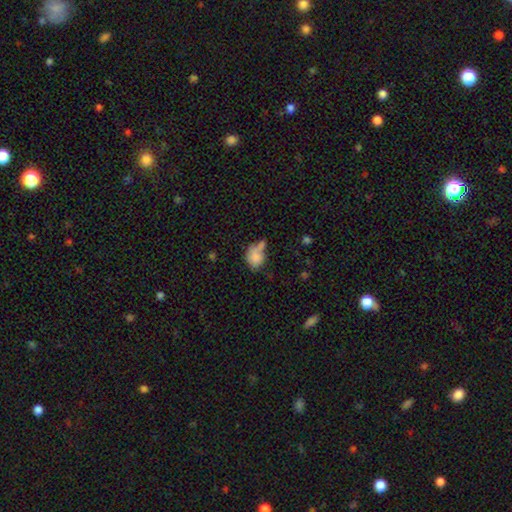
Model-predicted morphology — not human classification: Overall: smooth (79%). How rounded: in between (53%; round 46%). Merging: none (36%; merger 30%).